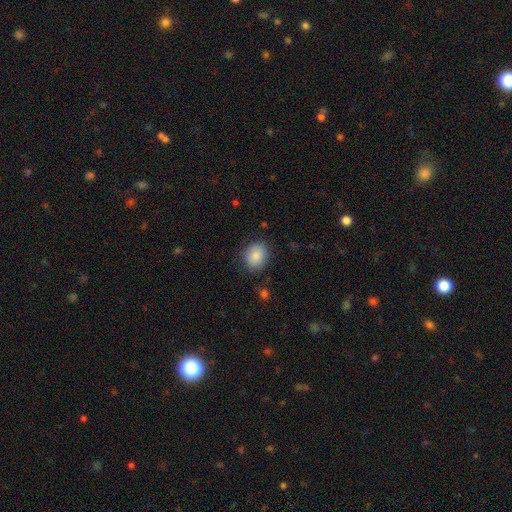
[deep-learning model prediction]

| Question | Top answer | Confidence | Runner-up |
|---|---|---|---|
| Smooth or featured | smooth | 87% | star or artifact (8%) |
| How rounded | round | 59% | in between (40%) |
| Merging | none | 85% | minor disturbance (11%) |